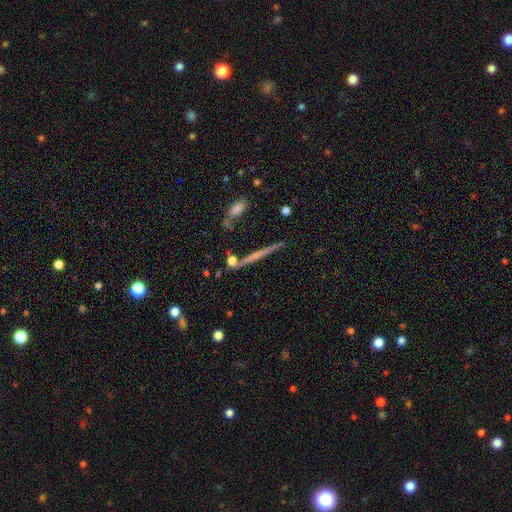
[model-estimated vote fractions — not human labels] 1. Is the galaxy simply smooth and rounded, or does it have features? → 57% featured or disk, 34% smooth, 9% star or artifact.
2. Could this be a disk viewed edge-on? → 96% yes, 4% no.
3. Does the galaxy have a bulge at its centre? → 78% none, 15% rounded, 7% boxy.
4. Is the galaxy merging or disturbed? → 84% none, 10% minor disturbance, 4% merger, 2% major disturbance.